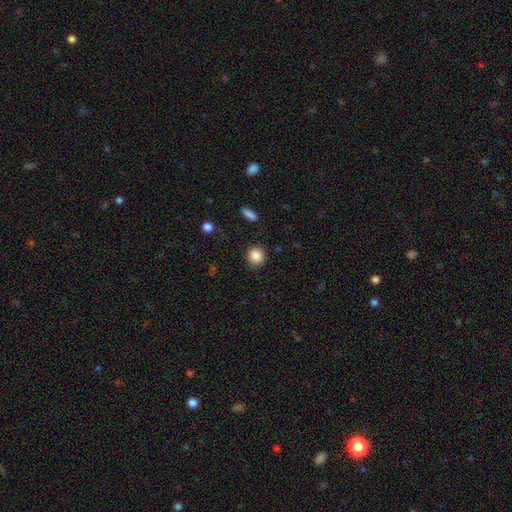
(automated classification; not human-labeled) smooth-or-featured: smooth: 86% | star or artifact: 10% | featured or disk: 4%
  how-rounded: round: 84% | in between: 15% | cigar-shaped: 1%
  merging: none: 86% | minor disturbance: 9% | major disturbance: 3% | merger: 2%